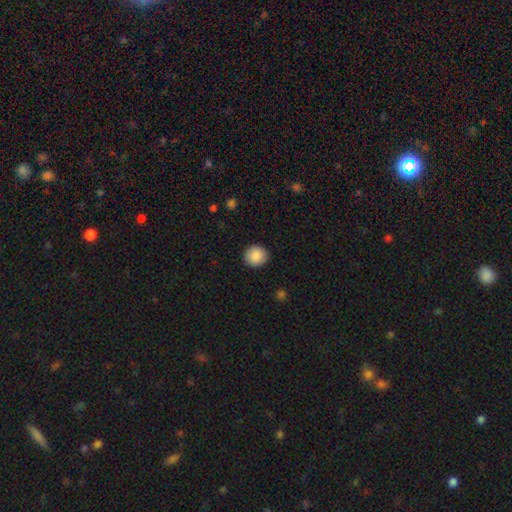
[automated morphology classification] smooth-or-featured: smooth: 89% | star or artifact: 8% | featured or disk: 3%
  how-rounded: round: 90% | in between: 9% | cigar-shaped: 1%
  merging: none: 92% | minor disturbance: 6% | major disturbance: 2% | merger: 1%